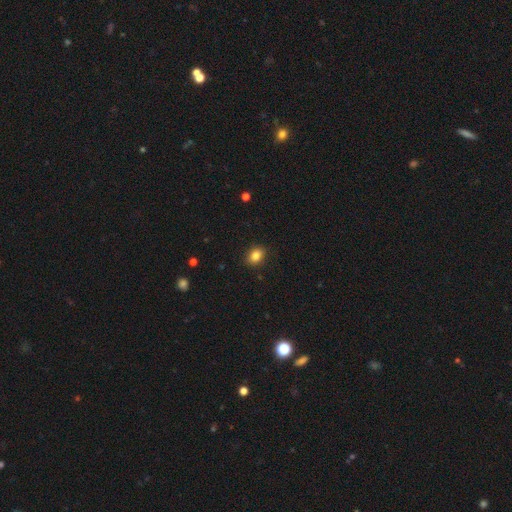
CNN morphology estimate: Smooth or featured? Predicted: smooth (p=0.84). How rounded? Predicted: in between (p=0.58). Merging? Predicted: none (p=0.89).